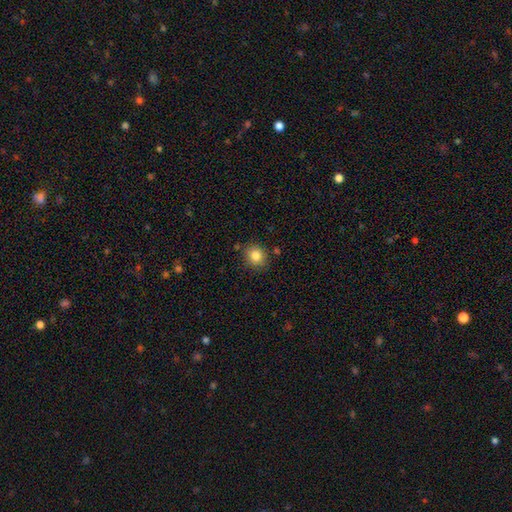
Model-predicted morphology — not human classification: type=smooth (83%); roundness=round (82%); merging=none (84%).